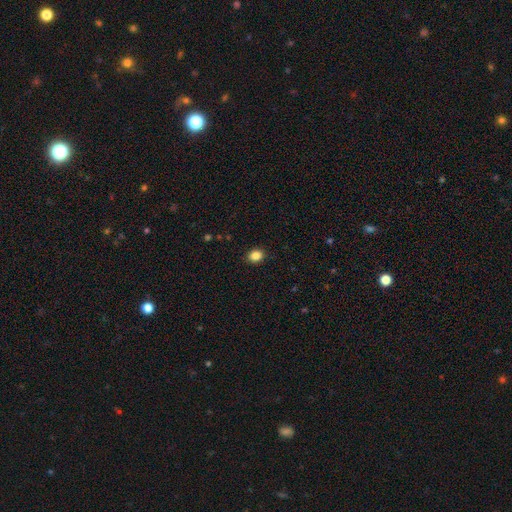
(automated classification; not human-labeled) smooth 86%, star or artifact 10%, featured or disk 4%. Down the decision tree: how rounded — in between (57%); merging — none (90%).